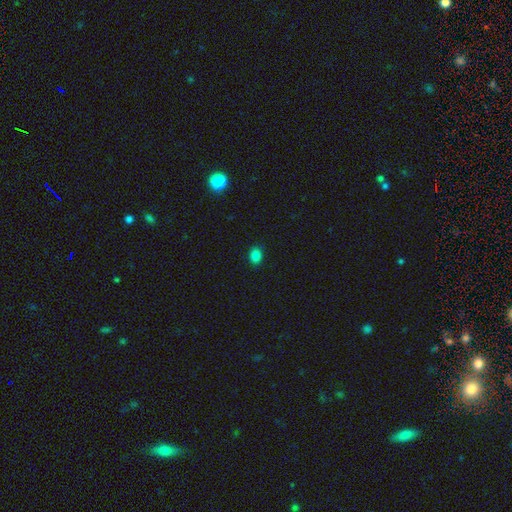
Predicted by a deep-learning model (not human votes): Q: Smooth or featured?
A: smooth (85%); runner-up: star or artifact (12%)
Q: How rounded?
A: in between (66%); runner-up: round (33%)
Q: Merging?
A: none (89%); runner-up: minor disturbance (8%)